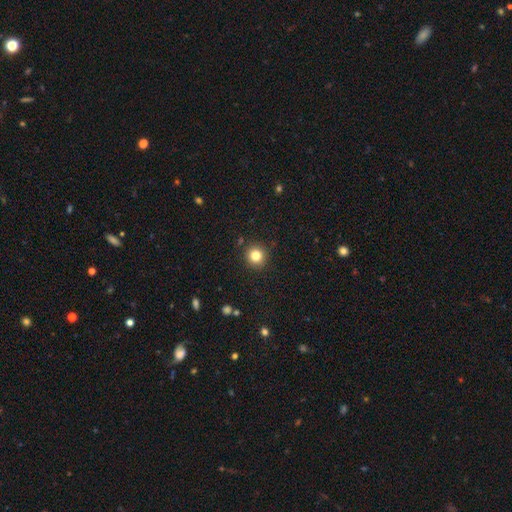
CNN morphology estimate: Smooth or featured? smooth (82%)
How rounded? round (92%)
Merging? none (90%)